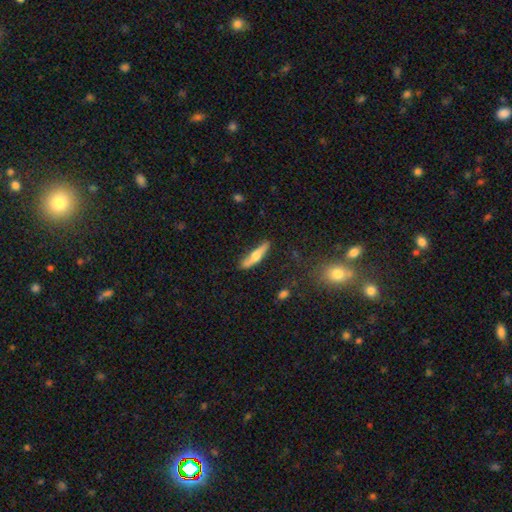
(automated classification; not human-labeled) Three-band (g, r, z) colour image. It shows a smooth galaxy with no disk features (52%) that is cigar-shaped (82%). Merging: none (78%).